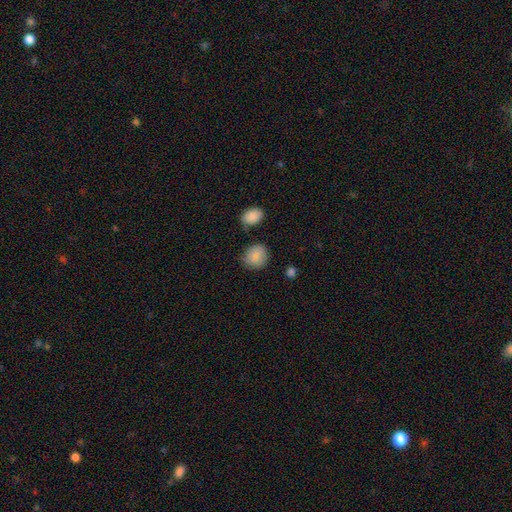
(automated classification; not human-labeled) Morphology: type=smooth (86%); roundness=round (75%); merging=none (77%).